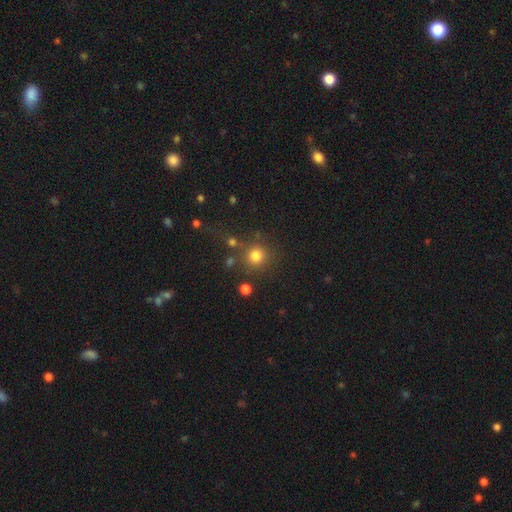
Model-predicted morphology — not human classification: type=smooth (79%); roundness=round (93%); merging=none (78%).